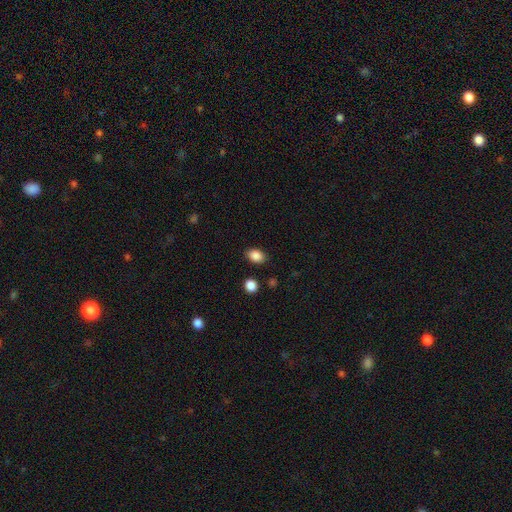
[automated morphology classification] This is clearly a smooth galaxy (87%). How rounded: likely in between (74%). Merging: clearly none (85%).